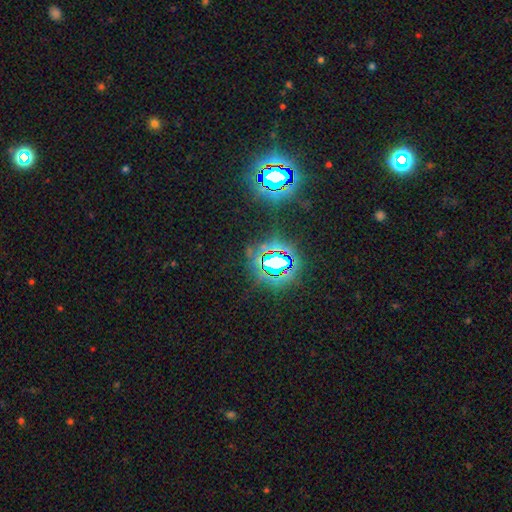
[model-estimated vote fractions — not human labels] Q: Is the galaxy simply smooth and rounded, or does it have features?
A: star or artifact — 81%.